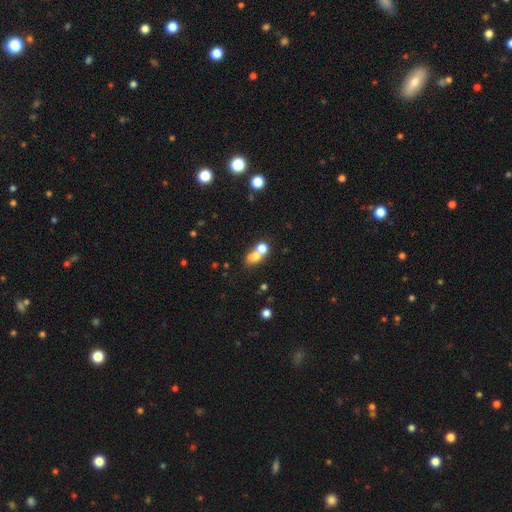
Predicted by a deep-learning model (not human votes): This is likely a smooth galaxy (65%). How rounded: possibly round (56%). Merging: possibly merger (58%).